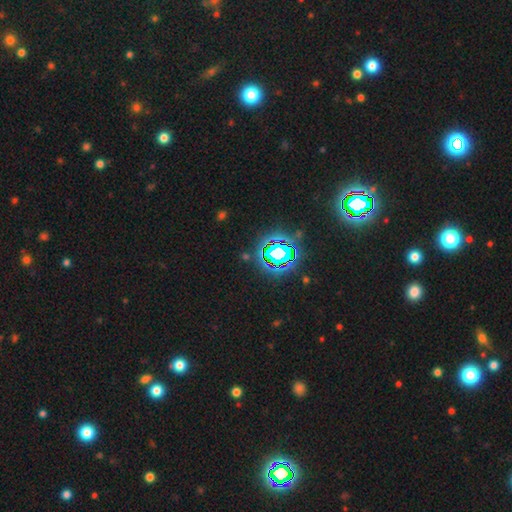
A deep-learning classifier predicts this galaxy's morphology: smooth-or-featured: star or artifact: 82% | smooth: 11% | featured or disk: 7%